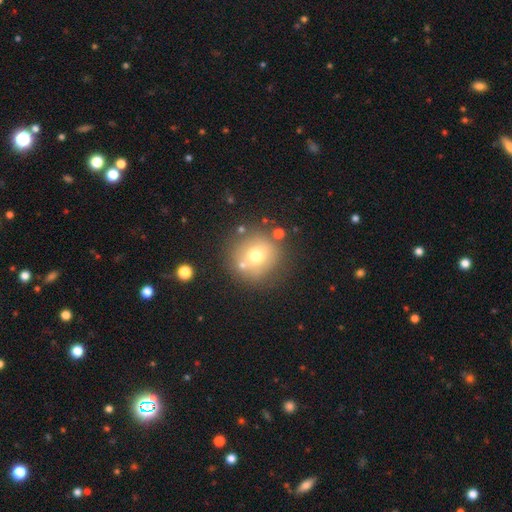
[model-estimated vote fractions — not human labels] Smooth or featured: smooth — 66% (featured or disk — 21%)
How rounded: round — 93% (in between — 6%)
Merging: none — 77% (minor disturbance — 11%)